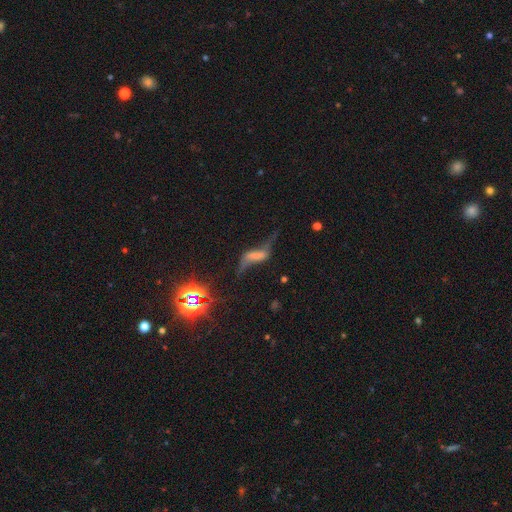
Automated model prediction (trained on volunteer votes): smooth_or_featured: featured or disk (p=0.61) [alt: smooth p=0.24]
disk_edge_on: no (p=0.81) [alt: yes p=0.19]
merging: none (p=0.39) [alt: major disturbance p=0.32]